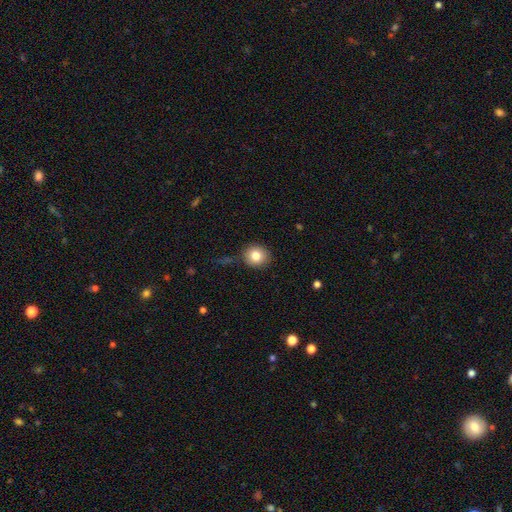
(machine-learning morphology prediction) A smooth galaxy with no disk features (82%) that is round (84%).

Vote fractions:
- Smooth or featured? smooth: 82% / star or artifact: 10% / featured or disk: 9%
- How rounded? round: 84% / in between: 15% / cigar-shaped: 1%
- Merging? none: 85% / minor disturbance: 10% / major disturbance: 3% / merger: 2%